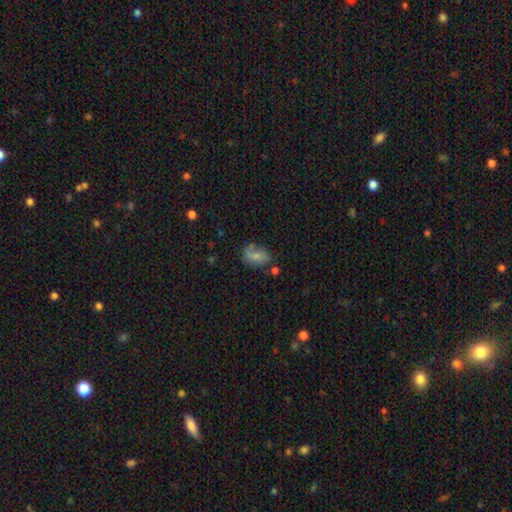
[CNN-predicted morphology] Smooth or featured? Predicted: smooth (p=0.56). How rounded? Predicted: in between (p=0.81). Merging? Predicted: none (p=0.50).